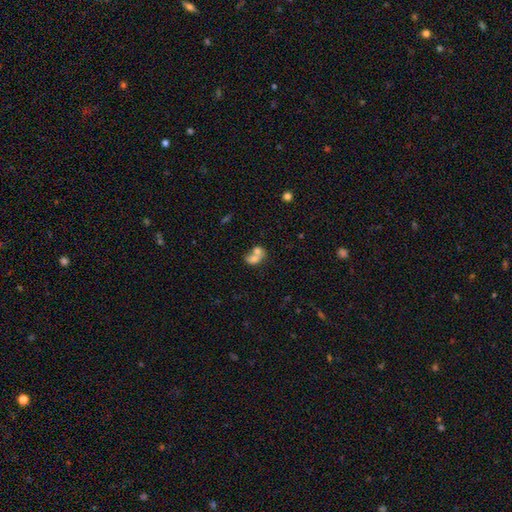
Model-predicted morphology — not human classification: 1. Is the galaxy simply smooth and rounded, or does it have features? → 70% smooth, 20% featured or disk, 10% star or artifact.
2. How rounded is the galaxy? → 64% in between, 34% round, 2% cigar-shaped.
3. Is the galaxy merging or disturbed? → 73% merger, 17% none, 6% minor disturbance, 4% major disturbance.